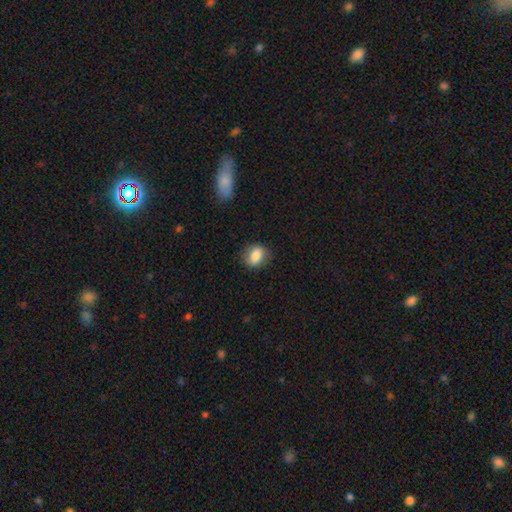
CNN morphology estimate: smooth 79%, featured or disk 13%, star or artifact 8%. Down the decision tree: how rounded — in between (58%); merging — none (80%).